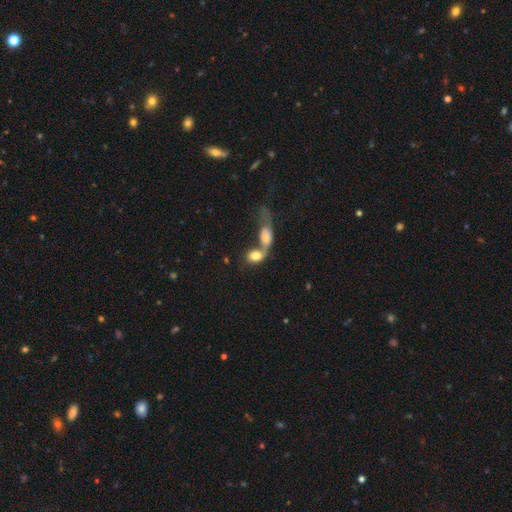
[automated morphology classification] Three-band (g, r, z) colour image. It shows a smooth galaxy with no disk features (72%) that is in between round and cigar-shaped (70%). Merging: merger (75%).